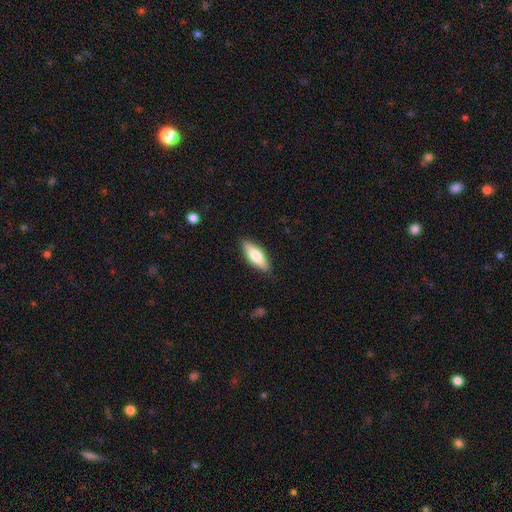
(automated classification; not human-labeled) This is likely a smooth galaxy (68%). How rounded: likely in between (62%). Merging: clearly none (85%).